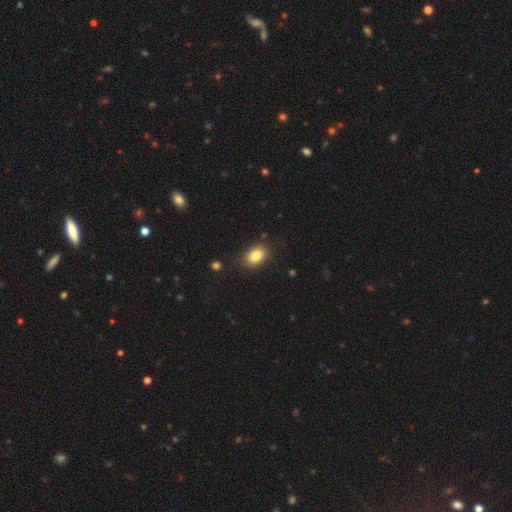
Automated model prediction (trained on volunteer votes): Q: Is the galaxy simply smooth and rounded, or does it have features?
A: smooth — 83%.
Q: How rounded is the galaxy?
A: in between — 75%.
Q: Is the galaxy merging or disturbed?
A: none — 83%.